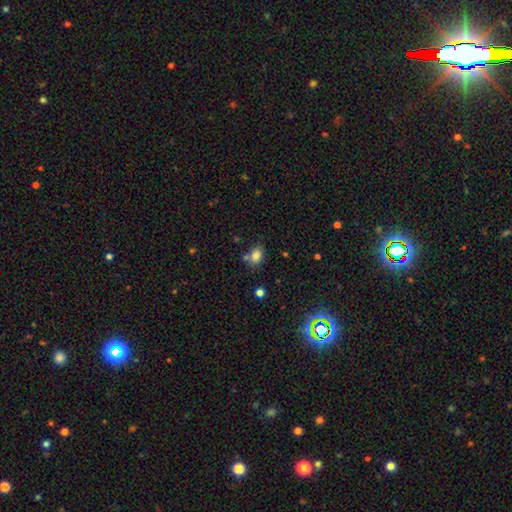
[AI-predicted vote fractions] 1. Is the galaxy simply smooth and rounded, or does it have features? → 82% smooth, 11% star or artifact, 7% featured or disk.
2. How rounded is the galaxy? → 78% in between, 20% round, 2% cigar-shaped.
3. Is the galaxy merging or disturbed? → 63% none, 18% minor disturbance, 14% merger, 5% major disturbance.